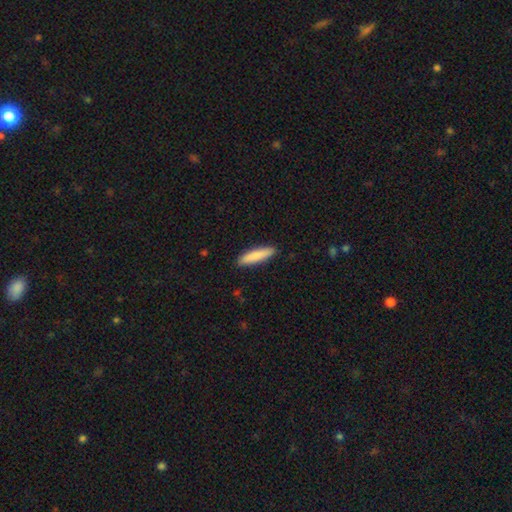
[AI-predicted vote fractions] smooth 85%, featured or disk 10%, star or artifact 5%. Down the decision tree: how rounded — cigar-shaped (80%); merging — none (89%).